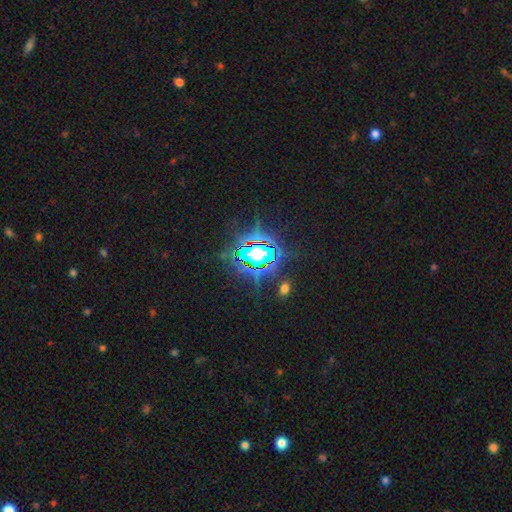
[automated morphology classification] type=star or artifact (80%).